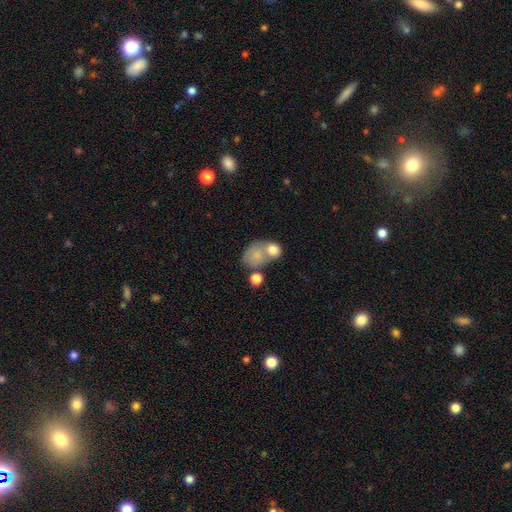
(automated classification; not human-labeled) A smooth galaxy with no disk features (74%) that is in between round and cigar-shaped (53%). Merging: merger (51%).